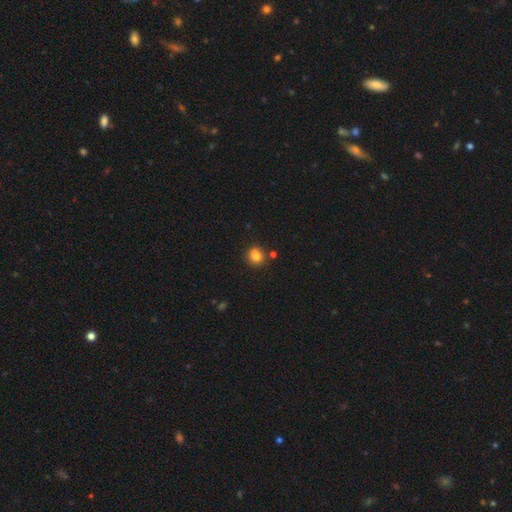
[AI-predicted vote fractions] Smooth or featured? smooth (82%)
How rounded? round (71%)
Merging? none (69%)